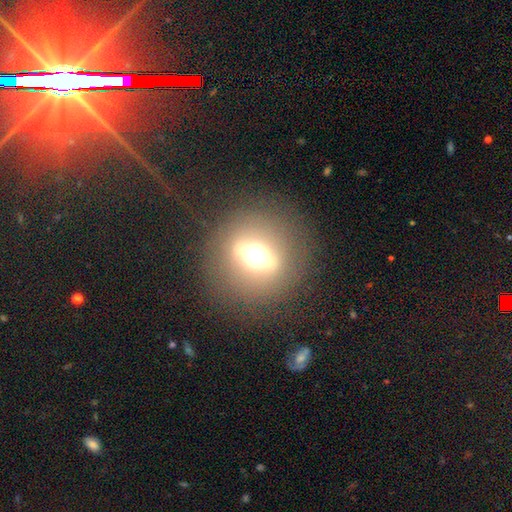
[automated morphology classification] Q: Smooth or featured?
A: smooth (39%); runner-up: featured or disk (36%)
Q: Merging?
A: none (81%); runner-up: minor disturbance (10%)